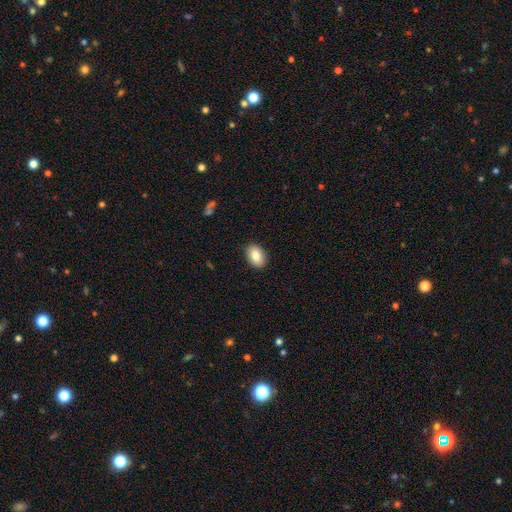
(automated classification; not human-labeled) This appears to be a smooth galaxy with no disk features (84%) that is in between round and cigar-shaped (82%). Merging: none (89%).